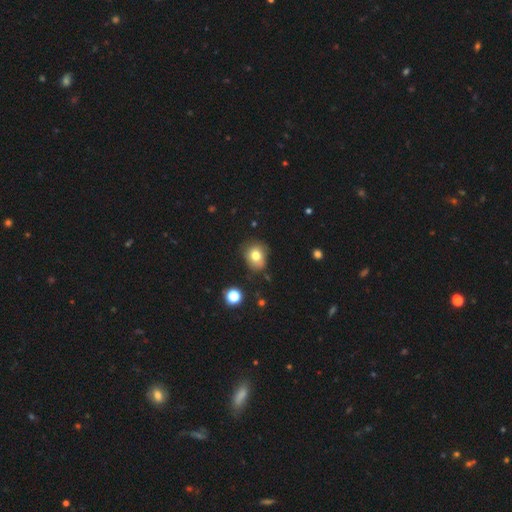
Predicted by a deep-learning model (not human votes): Morphology: type=smooth (77%); roundness=round (65%); merging=none (68%).